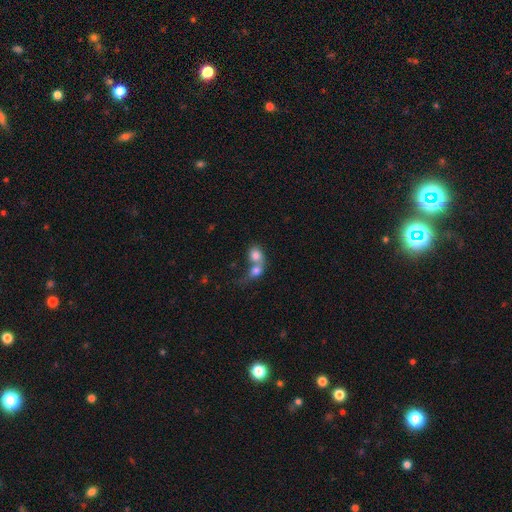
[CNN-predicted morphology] The model was most divided on "how rounded": round: 60%, in between: 39%, cigar-shaped: 2%. More confident: merging — merger (78%); smooth or featured — smooth (76%).